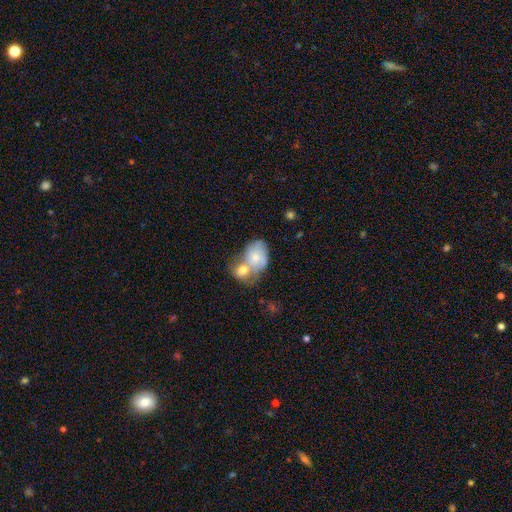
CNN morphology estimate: This is likely a smooth galaxy (61%). How rounded: likely in between (72%). Merging: likely merger (68%).